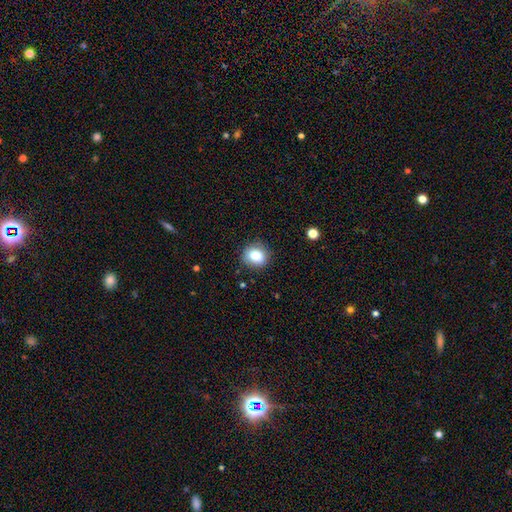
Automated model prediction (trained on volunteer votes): Q: Smooth or featured?
A: smooth (84%); runner-up: star or artifact (10%)
Q: How rounded?
A: round (72%); runner-up: in between (27%)
Q: Merging?
A: none (83%); runner-up: minor disturbance (12%)